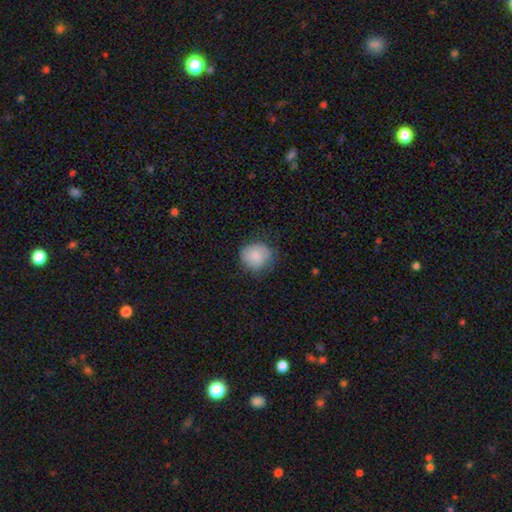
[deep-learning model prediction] Smooth or featured: smooth — 82% (featured or disk — 10%)
How rounded: round — 83% (in between — 16%)
Merging: none — 69% (minor disturbance — 24%)